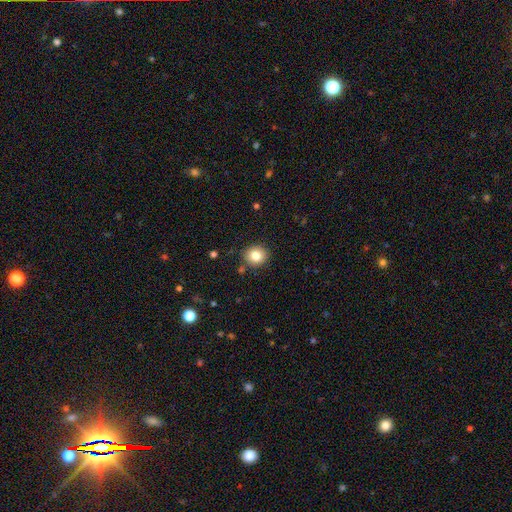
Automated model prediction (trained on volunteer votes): smooth-or-featured: smooth: 81% | star or artifact: 11% | featured or disk: 9%
  how-rounded: round: 86% | in between: 13% | cigar-shaped: 1%
  merging: none: 88% | minor disturbance: 7% | merger: 2% | major disturbance: 2%